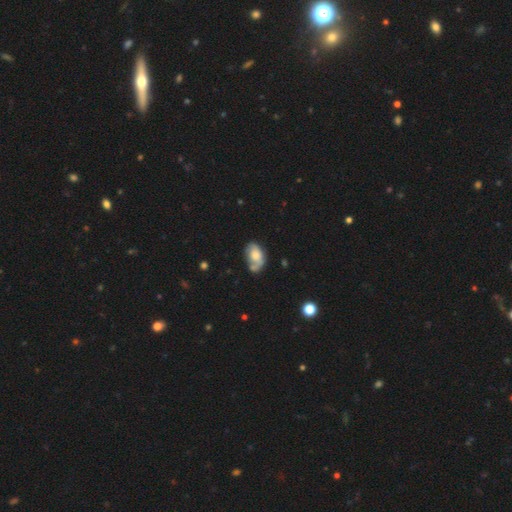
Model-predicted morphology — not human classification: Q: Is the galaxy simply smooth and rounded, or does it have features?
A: smooth — 59%.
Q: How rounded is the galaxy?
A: in between — 89%.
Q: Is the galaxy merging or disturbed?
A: none — 37%.